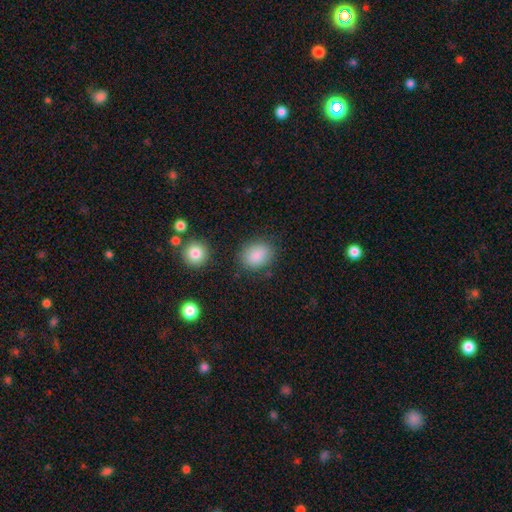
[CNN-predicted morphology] The model was most divided on "how rounded": in between: 56%, round: 43%, cigar-shaped: 1%. More confident: smooth or featured — smooth (86%); merging — none (83%).